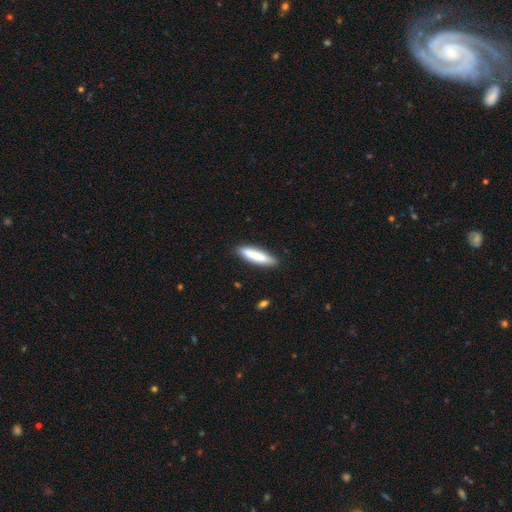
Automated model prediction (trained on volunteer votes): smooth-or-featured: smooth: 80% | featured or disk: 14% | star or artifact: 5%
  how-rounded: cigar-shaped: 76% | in between: 23% | round: 1%
  merging: none: 86% | minor disturbance: 11% | major disturbance: 2% | merger: 2%